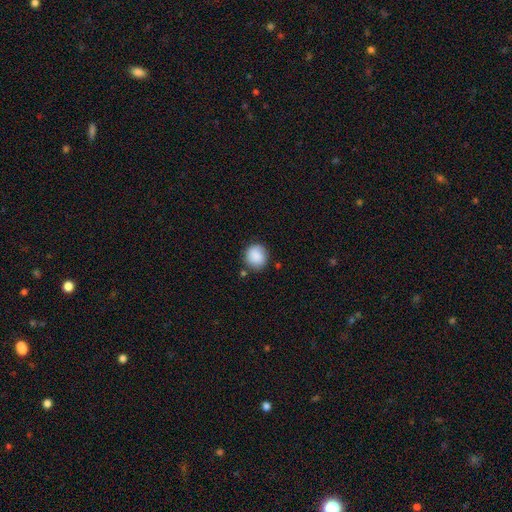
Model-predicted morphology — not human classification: Smooth or featured? Predicted: smooth (p=0.88). How rounded? Predicted: round (p=0.87). Merging? Predicted: none (p=0.80).